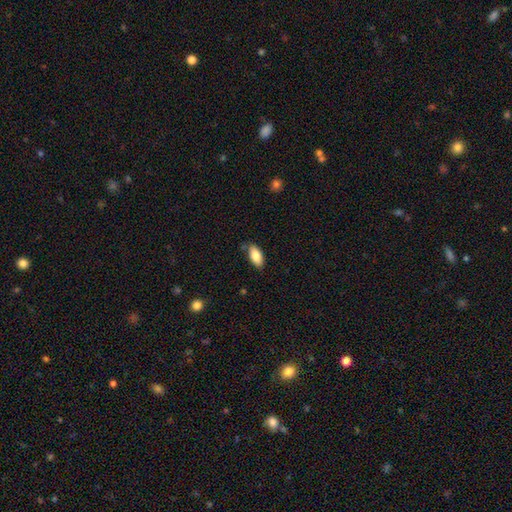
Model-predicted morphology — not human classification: smooth_or_featured: smooth (p=0.84) [alt: featured or disk p=0.09]
how_rounded: in between (p=0.90) [alt: cigar-shaped p=0.07]
merging: none (p=0.79) [alt: minor disturbance p=0.15]